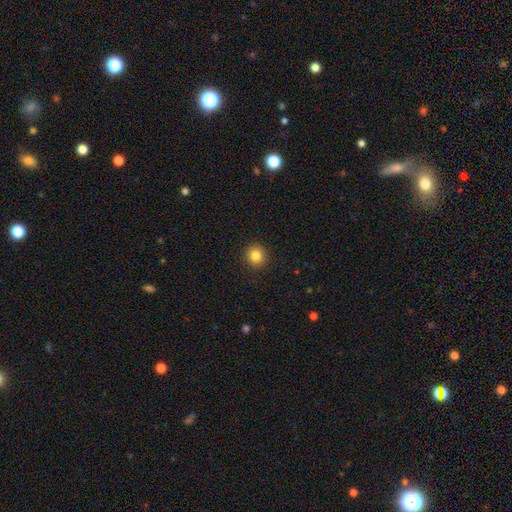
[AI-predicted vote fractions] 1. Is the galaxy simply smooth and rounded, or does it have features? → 84% smooth, 11% star or artifact, 5% featured or disk.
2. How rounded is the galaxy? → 91% round, 8% in between, 1% cigar-shaped.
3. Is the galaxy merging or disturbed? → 92% none, 5% minor disturbance, 2% major disturbance, 1% merger.